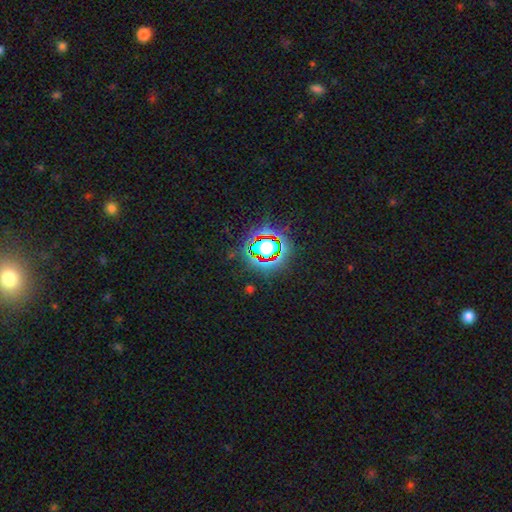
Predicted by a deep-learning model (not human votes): Q: Smooth or featured?
A: star or artifact (80%); runner-up: smooth (12%)